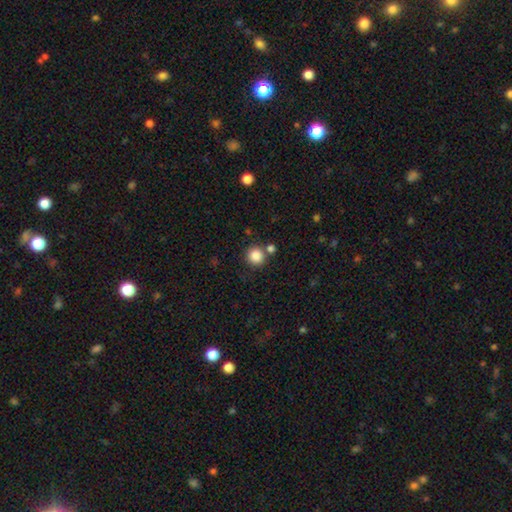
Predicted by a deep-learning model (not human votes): smooth 86%, star or artifact 10%, featured or disk 4%. Down the decision tree: how rounded — round (93%); merging — none (76%).